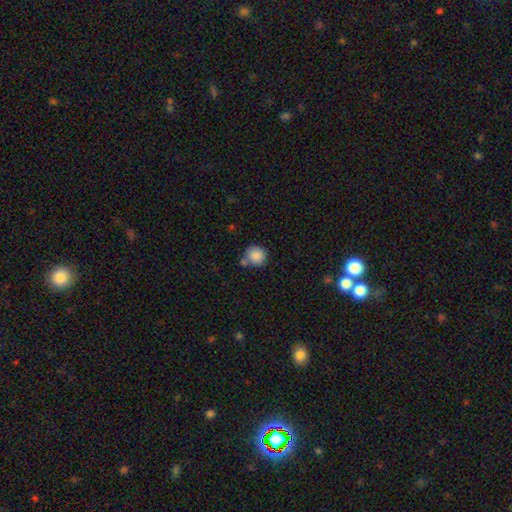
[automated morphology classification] smooth 87%, star or artifact 8%, featured or disk 5%. Down the decision tree: how rounded — round (88%); merging — none (61%).